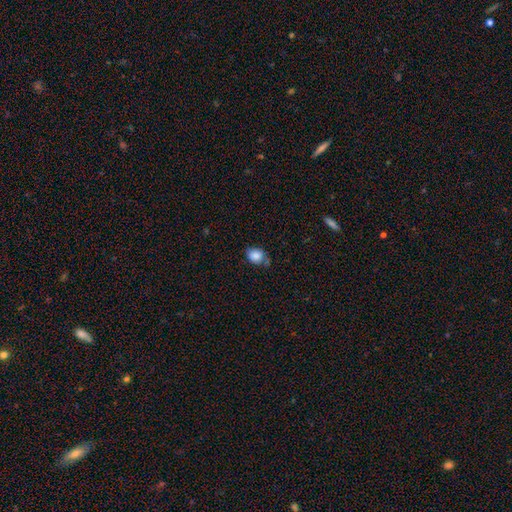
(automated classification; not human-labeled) A smooth galaxy with no disk features (84%) that is in between round and cigar-shaped (50%). Merging: none (61%).